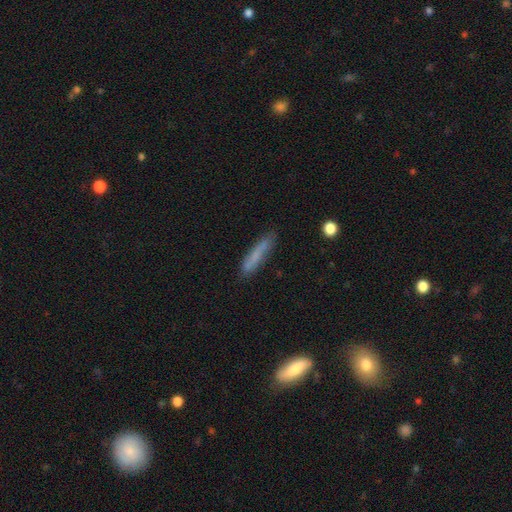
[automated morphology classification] This appears to be a smooth galaxy with no disk features (69%) that is cigar-shaped (87%). Merging: none (77%).